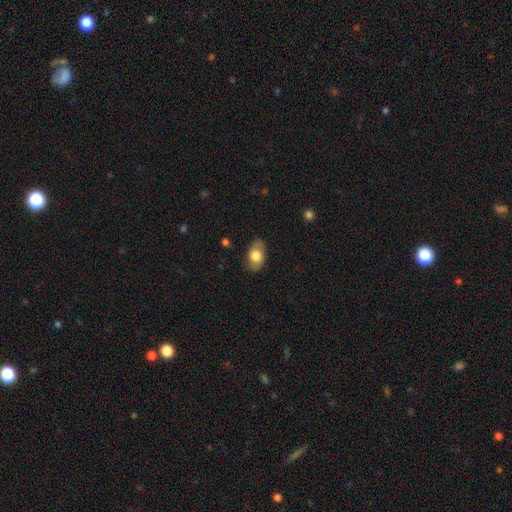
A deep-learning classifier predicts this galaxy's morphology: Smooth or featured? smooth (73%)
How rounded? in between (88%)
Merging? none (82%)